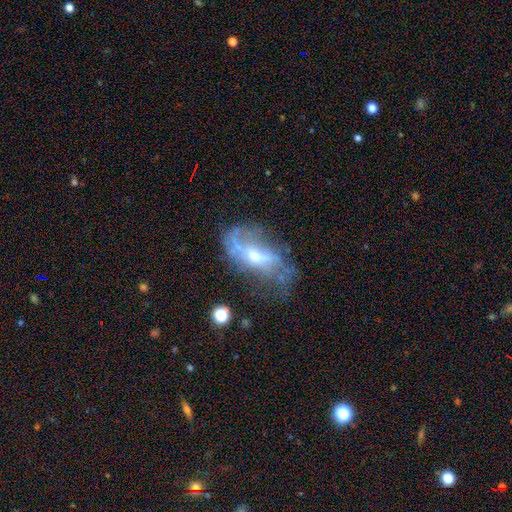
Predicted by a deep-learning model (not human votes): The model was most divided on "spiral arms": yes: 53%, no: 47%. Remaining: edge-on disk — no (90%); smooth or featured — featured or disk (66%); bulge size — moderate (55%); bar — no (46%); merging — none (39%).